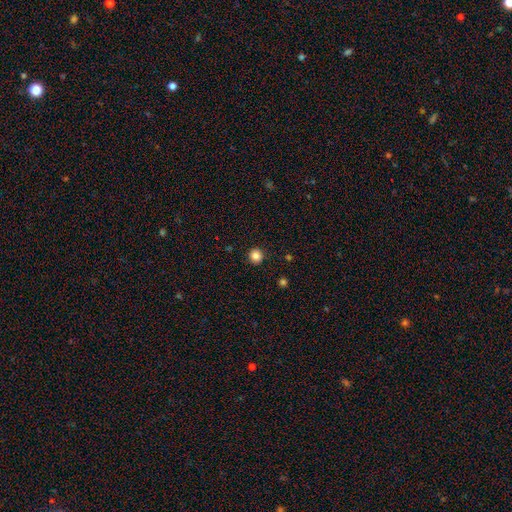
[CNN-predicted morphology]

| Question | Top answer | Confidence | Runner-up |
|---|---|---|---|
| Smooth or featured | smooth | 85% | star or artifact (11%) |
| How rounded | round | 94% | in between (5%) |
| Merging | none | 92% | minor disturbance (5%) |